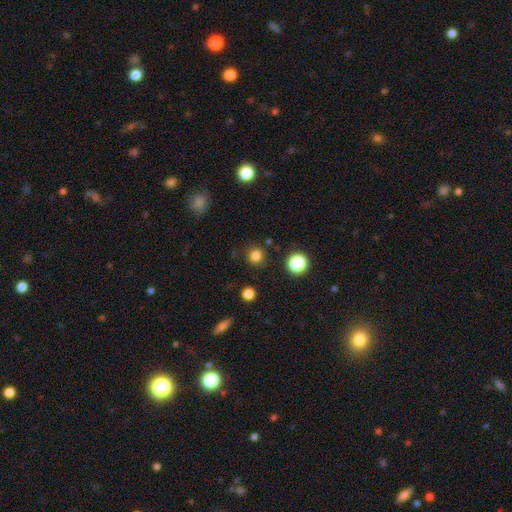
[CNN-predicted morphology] Smooth or featured? smooth (80%)
How rounded? round (92%)
Merging? none (87%)